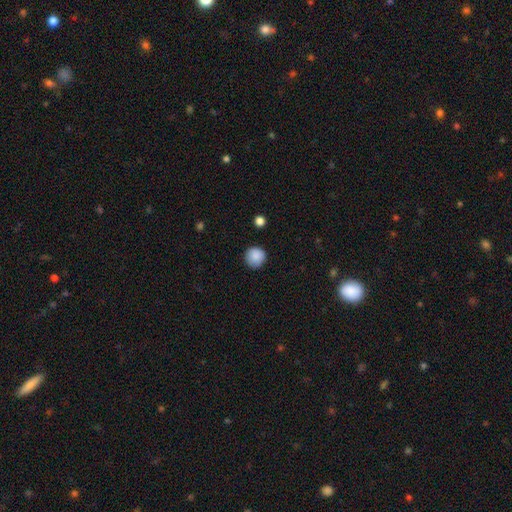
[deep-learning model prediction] Q: Smooth or featured?
A: smooth (88%); runner-up: star or artifact (8%)
Q: How rounded?
A: round (94%); runner-up: in between (5%)
Q: Merging?
A: none (88%); runner-up: minor disturbance (9%)